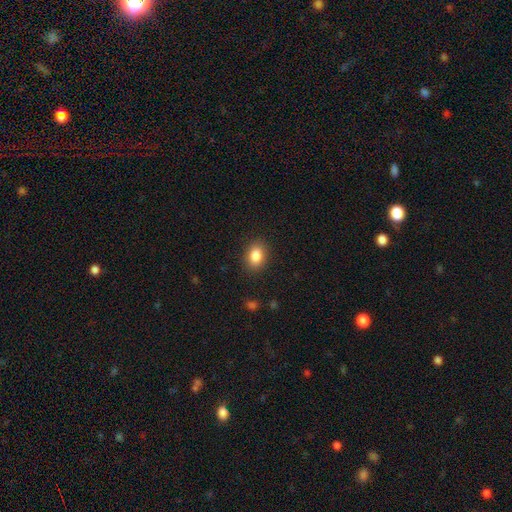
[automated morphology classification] smooth 85%, star or artifact 9%, featured or disk 6%. Down the decision tree: how rounded — in between (71%); merging — none (87%).